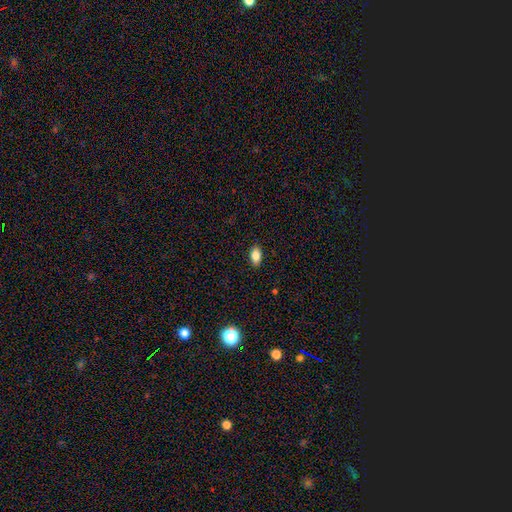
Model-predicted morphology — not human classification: Q: Smooth or featured?
A: smooth (84%); runner-up: star or artifact (8%)
Q: How rounded?
A: in between (91%); runner-up: round (5%)
Q: Merging?
A: none (89%); runner-up: minor disturbance (8%)